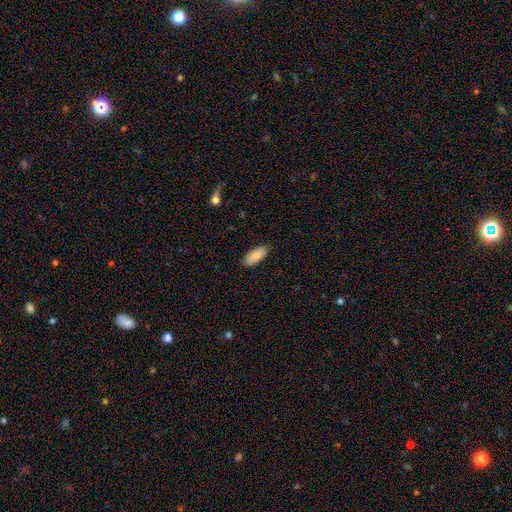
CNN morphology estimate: smooth 86%, featured or disk 8%, star or artifact 6%. Down the decision tree: how rounded — in between (86%); merging — none (89%).